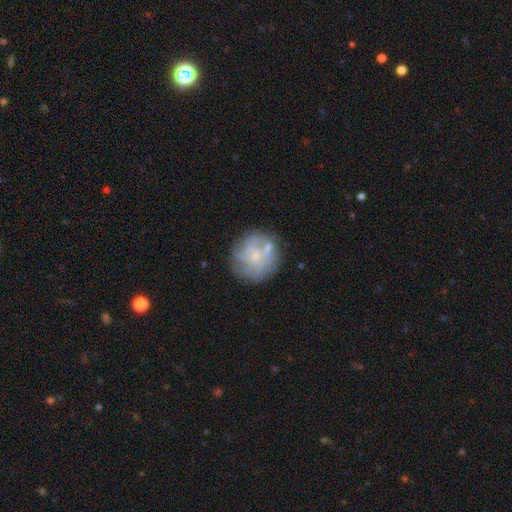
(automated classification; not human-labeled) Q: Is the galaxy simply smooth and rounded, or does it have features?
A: featured or disk — 60%.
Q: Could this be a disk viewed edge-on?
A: no — 98%.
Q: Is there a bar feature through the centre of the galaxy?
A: no — 77%.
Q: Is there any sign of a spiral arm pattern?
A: yes — 53%.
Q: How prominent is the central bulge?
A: small — 46%.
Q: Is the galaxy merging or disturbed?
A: none — 69%.